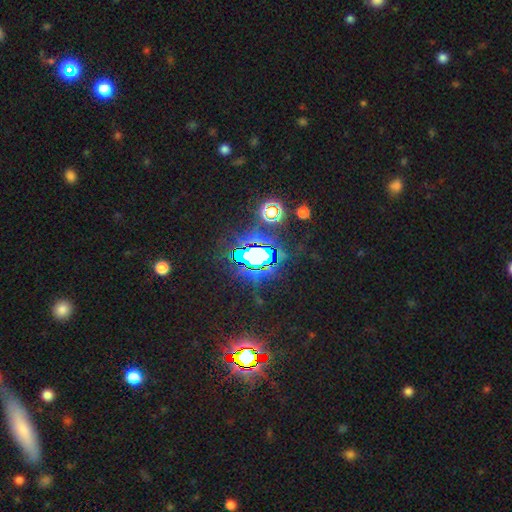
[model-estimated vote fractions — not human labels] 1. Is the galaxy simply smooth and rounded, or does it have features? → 73% star or artifact, 16% smooth, 11% featured or disk.